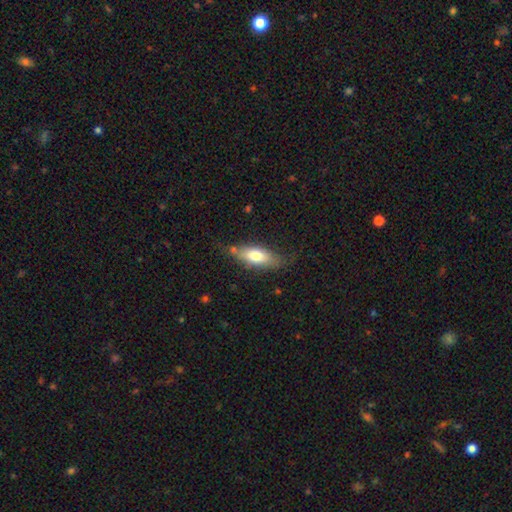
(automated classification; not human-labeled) Smooth or featured: smooth — 67% (featured or disk — 27%)
How rounded: in between — 70% (cigar-shaped — 27%)
Merging: none — 64% (minor disturbance — 24%)